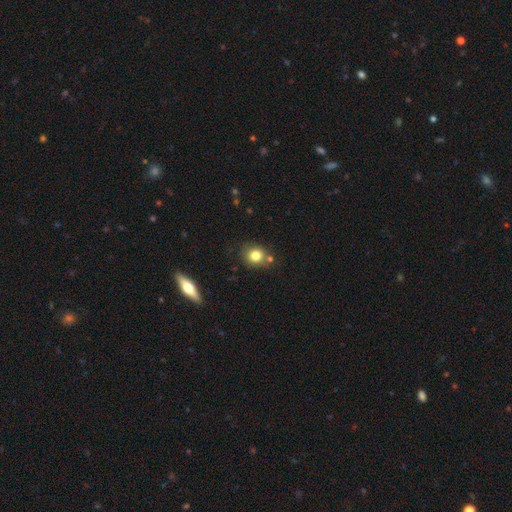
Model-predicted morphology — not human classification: type=smooth (79%); roundness=round (74%); merging=none (74%).